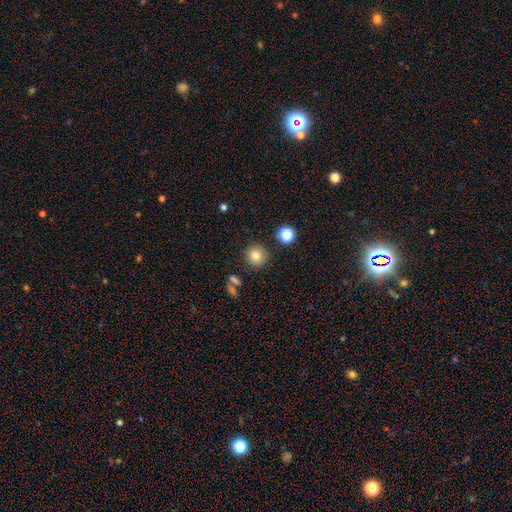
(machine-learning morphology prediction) Overall: smooth (81%). How rounded: round (93%). Merging: none (87%).